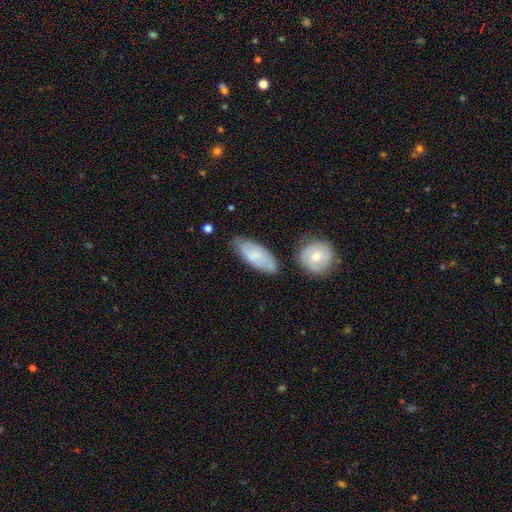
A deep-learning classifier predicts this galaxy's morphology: smooth-or-featured: smooth: 62% | featured or disk: 32% | star or artifact: 6%
  how-rounded: in between: 80% | cigar-shaped: 17% | round: 3%
  merging: none: 68% | minor disturbance: 20% | merger: 8% | major disturbance: 4%